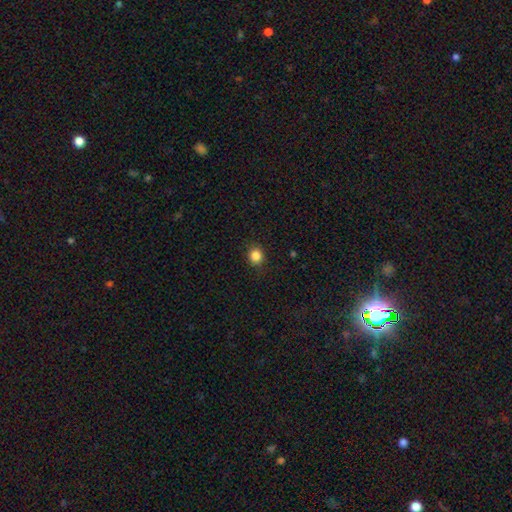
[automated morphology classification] smooth_or_featured: smooth (p=0.85) [alt: star or artifact p=0.11]
how_rounded: round (p=0.85) [alt: in between p=0.14]
merging: none (p=0.89) [alt: minor disturbance p=0.08]